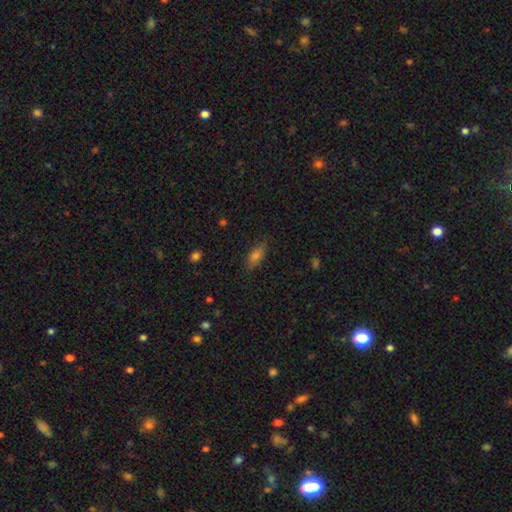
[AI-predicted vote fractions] Smooth or featured? Predicted: smooth (p=0.70). How rounded? Predicted: in between (p=0.72). Merging? Predicted: none (p=0.83).